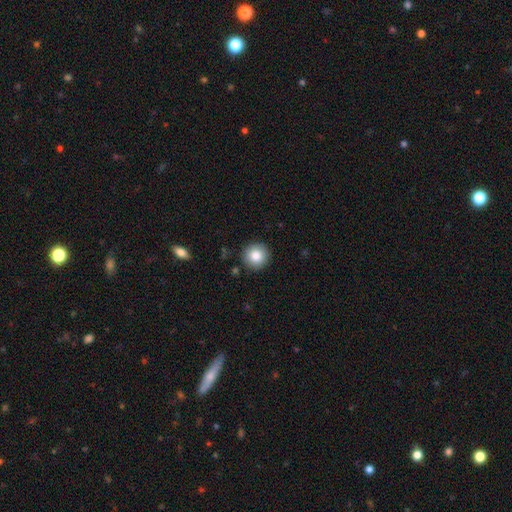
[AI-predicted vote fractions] Q: Smooth or featured?
A: smooth (84%); runner-up: star or artifact (9%)
Q: How rounded?
A: round (94%); runner-up: in between (5%)
Q: Merging?
A: none (90%); runner-up: minor disturbance (6%)